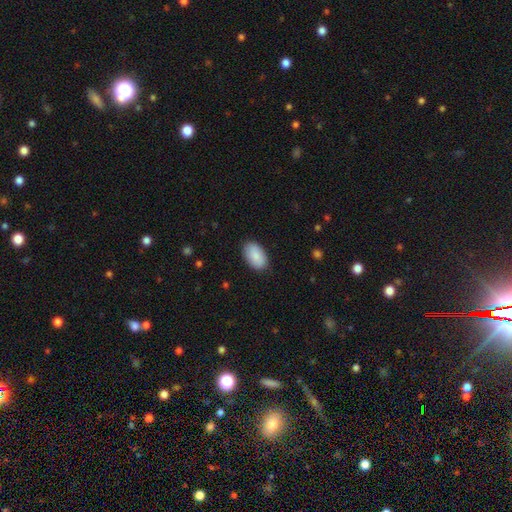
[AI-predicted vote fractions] Smooth or featured?
  - smooth: 87% *
  - featured or disk: 7%
  - star or artifact: 6%
How rounded?
  - in between: 94% *
  - round: 5%
  - cigar-shaped: 1%
Merging?
  - none: 87% *
  - minor disturbance: 10%
  - major disturbance: 2%
  - merger: 1%